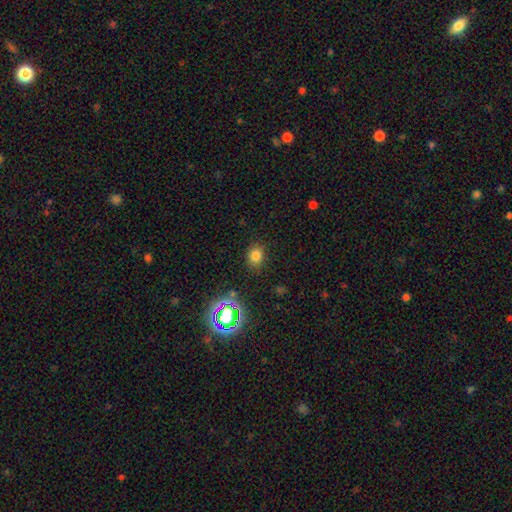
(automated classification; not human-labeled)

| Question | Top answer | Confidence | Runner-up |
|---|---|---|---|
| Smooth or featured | smooth | 75% | star or artifact (19%) |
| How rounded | round | 58% | in between (41%) |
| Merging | none | 83% | minor disturbance (11%) |